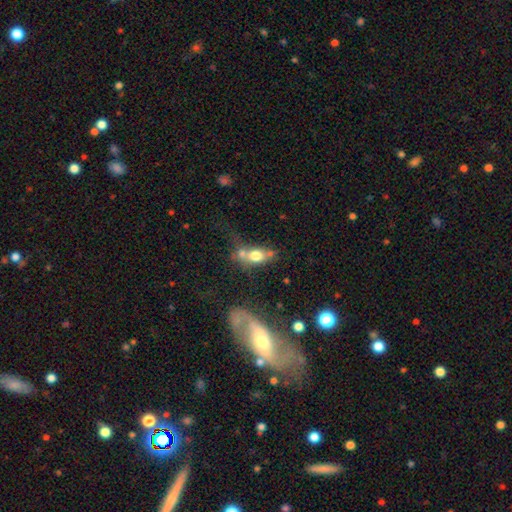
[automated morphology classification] This is likely a smooth galaxy (68%). How rounded: likely in between (67%). Merging: marginally merger (42%).